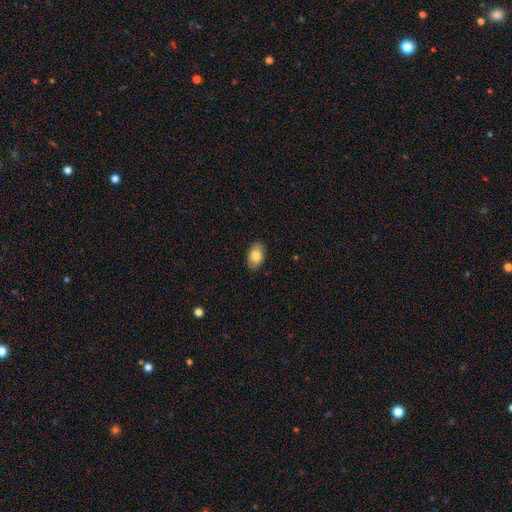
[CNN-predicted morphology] Q: Smooth or featured?
A: smooth (82%); runner-up: featured or disk (11%)
Q: How rounded?
A: in between (91%); runner-up: round (7%)
Q: Merging?
A: none (88%); runner-up: minor disturbance (9%)